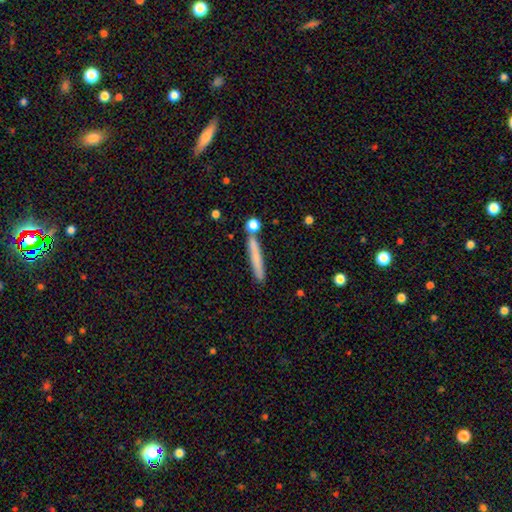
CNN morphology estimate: A smooth galaxy with no disk features (70%) that is cigar-shaped (94%). Merging: none (80%).